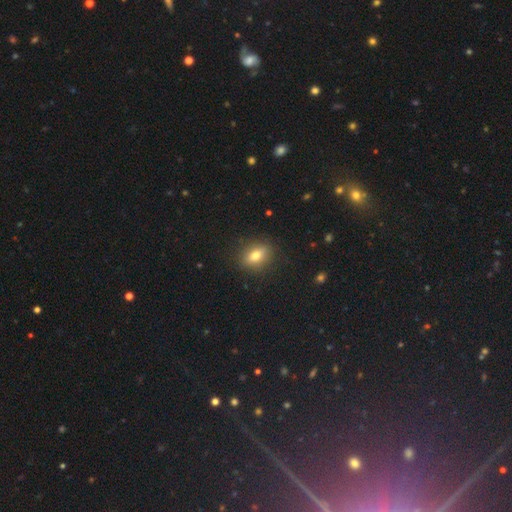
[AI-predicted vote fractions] Overall: smooth (74%). How rounded: in between (70%). Merging: none (88%).